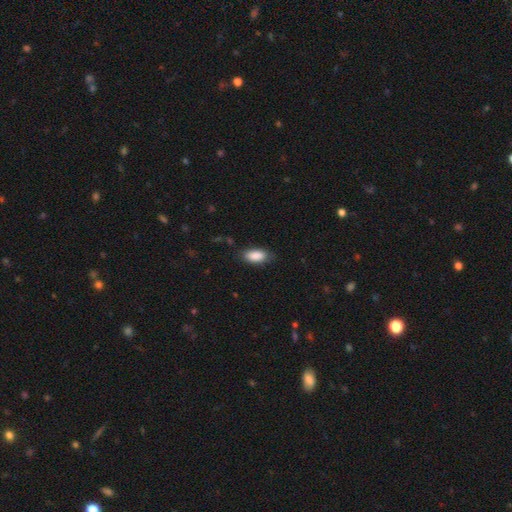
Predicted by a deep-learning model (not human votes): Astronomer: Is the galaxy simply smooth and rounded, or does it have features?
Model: smooth — 89%.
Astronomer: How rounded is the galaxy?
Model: in between — 90%.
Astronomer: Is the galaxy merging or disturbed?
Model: none — 79%.